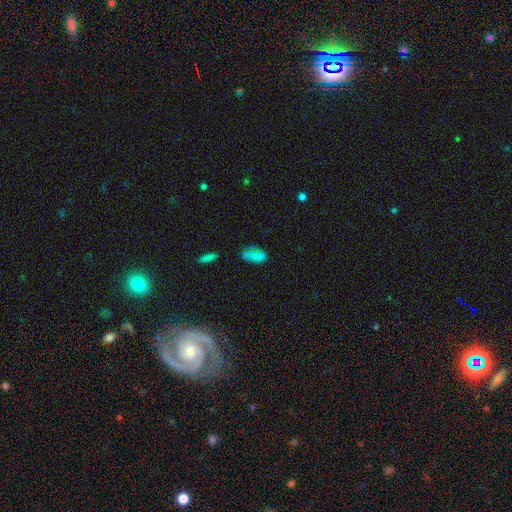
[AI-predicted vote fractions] Smooth or featured: smooth — 75% (featured or disk — 13%)
How rounded: in between — 89% (cigar-shaped — 7%)
Merging: none — 49% (minor disturbance — 32%)